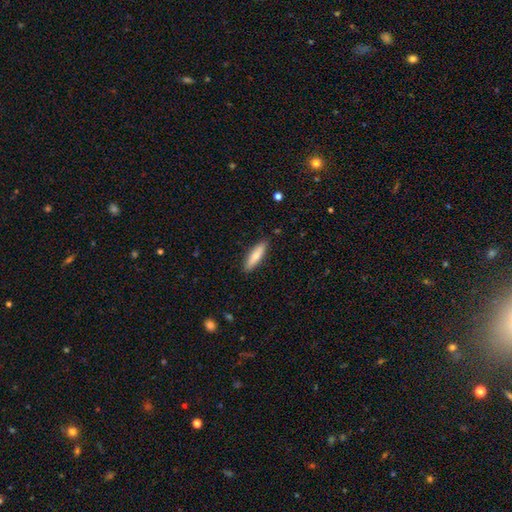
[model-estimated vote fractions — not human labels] smooth 78%, featured or disk 16%, star or artifact 6%. Down the decision tree: how rounded — cigar-shaped (70%); merging — none (89%).